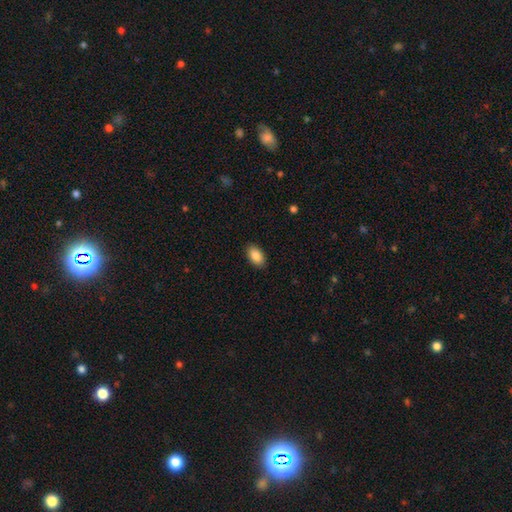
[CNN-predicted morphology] Smooth or featured? Predicted: smooth (p=0.88). How rounded? Predicted: in between (p=0.93). Merging? Predicted: none (p=0.89).